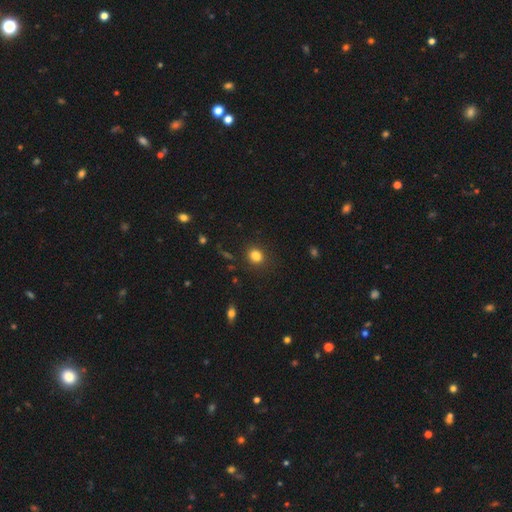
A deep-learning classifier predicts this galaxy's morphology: Smooth or featured? Predicted: smooth (p=0.83). How rounded? Predicted: round (p=0.58). Merging? Predicted: none (p=0.83).